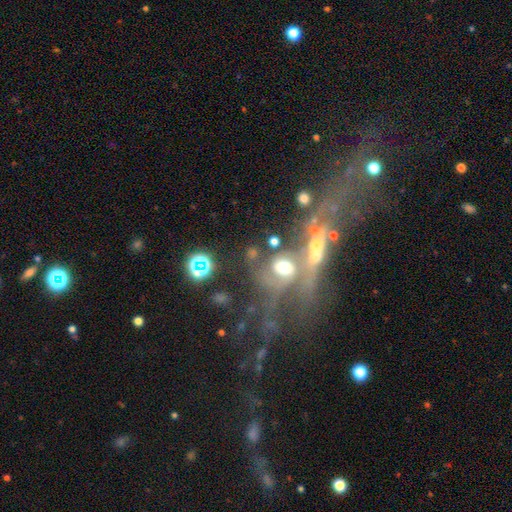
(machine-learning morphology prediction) Smooth or featured? featured or disk (49%)
Merging? merger (39%)